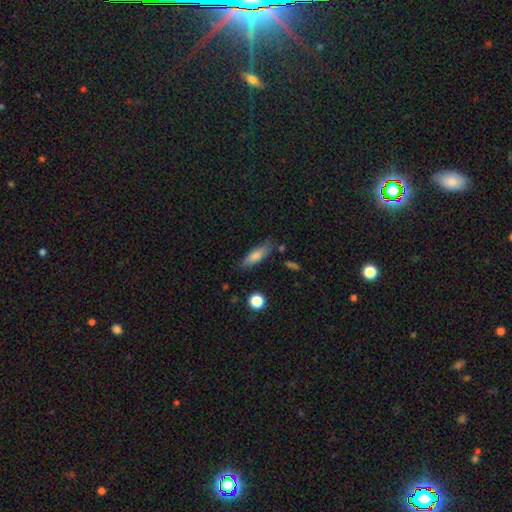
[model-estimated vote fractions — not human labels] This appears to be a smooth galaxy with no disk features (79%) that is in between round and cigar-shaped (49%). Merging: none (74%).